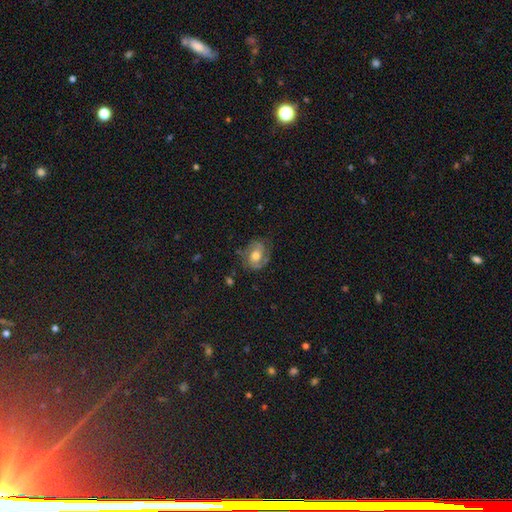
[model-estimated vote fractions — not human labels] smooth_or_featured: featured or disk (p=0.68) [alt: smooth p=0.24]
disk_edge_on: no (p=0.97) [alt: yes p=0.03]
bar: no (p=0.62) [alt: weak p=0.31]
has_spiral_arms: yes (p=0.89) [alt: no p=0.11]
spiral_winding: medium (p=0.43) [alt: tight p=0.41]
spiral_arm_count: 2 (p=0.74) [alt: can't tell p=0.12]
bulge_size: moderate (p=0.68) [alt: small p=0.15]
merging: none (p=0.68) [alt: minor disturbance p=0.20]